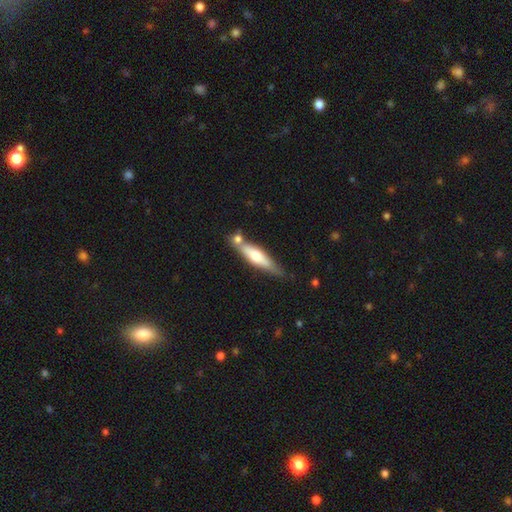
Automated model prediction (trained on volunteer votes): A smooth galaxy with no disk features (52%) that is cigar-shaped (77%). Merging: none (58%).